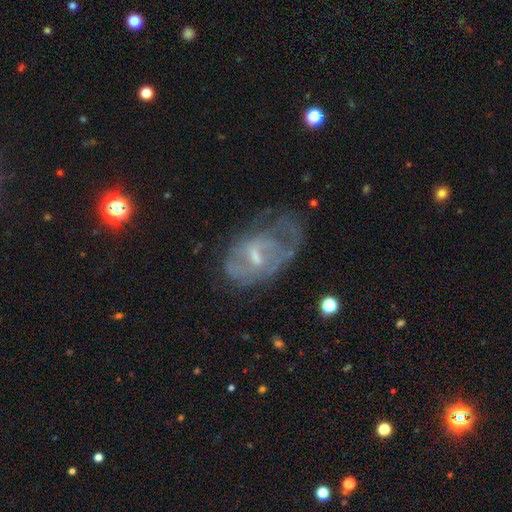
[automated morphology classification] This is likely a featured or disk galaxy (67%). It is clearly not viewed edge-on (95%). Bar: possibly weak (54%). Spiral arm pattern: possibly yes (59%). Central bulge: possibly small (48%). Merging: marginally none (38%).